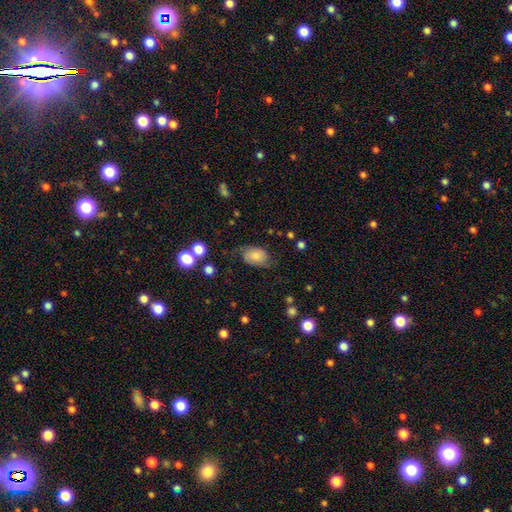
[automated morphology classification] Q: Smooth or featured?
A: smooth (65%); runner-up: featured or disk (26%)
Q: How rounded?
A: in between (83%); runner-up: round (15%)
Q: Merging?
A: none (60%); runner-up: minor disturbance (27%)